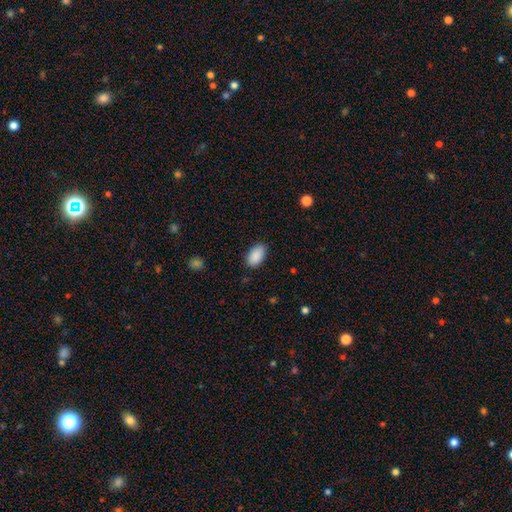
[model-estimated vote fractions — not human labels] smooth_or_featured: smooth (p=0.90) [alt: star or artifact p=0.07]
how_rounded: in between (p=0.94) [alt: round p=0.04]
merging: none (p=0.86) [alt: minor disturbance p=0.10]